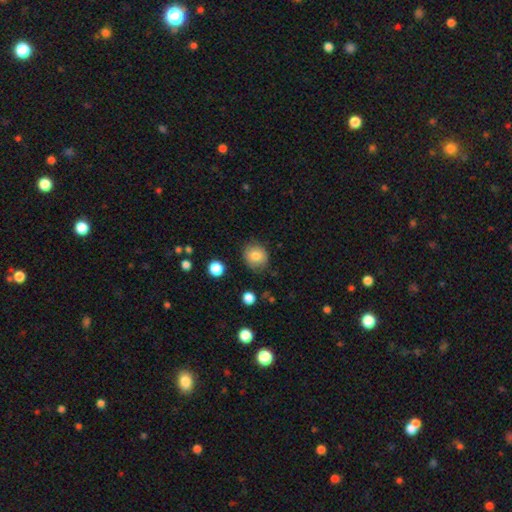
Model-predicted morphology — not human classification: smooth_or_featured: smooth (p=0.82) [alt: star or artifact p=0.10]
how_rounded: round (p=0.76) [alt: in between p=0.23]
merging: none (p=0.80) [alt: minor disturbance p=0.15]